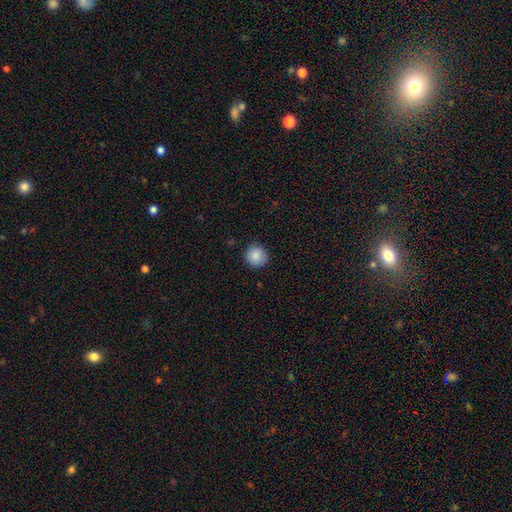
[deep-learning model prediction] smooth 88%, star or artifact 8%, featured or disk 4%. Down the decision tree: how rounded — round (94%); merging — none (90%).